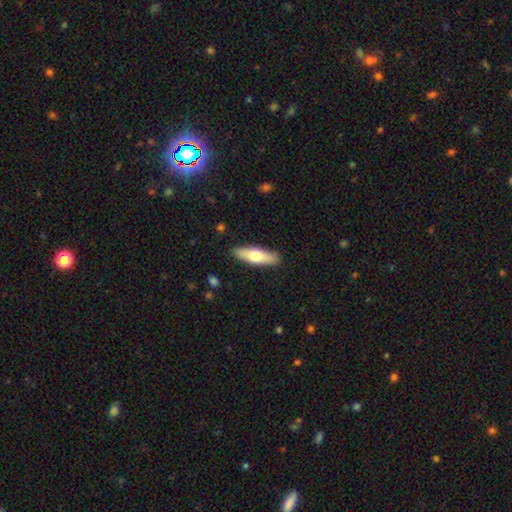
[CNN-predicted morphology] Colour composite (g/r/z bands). It shows a smooth galaxy with no disk features (63%) that is cigar-shaped (52%). Merging: none (88%).